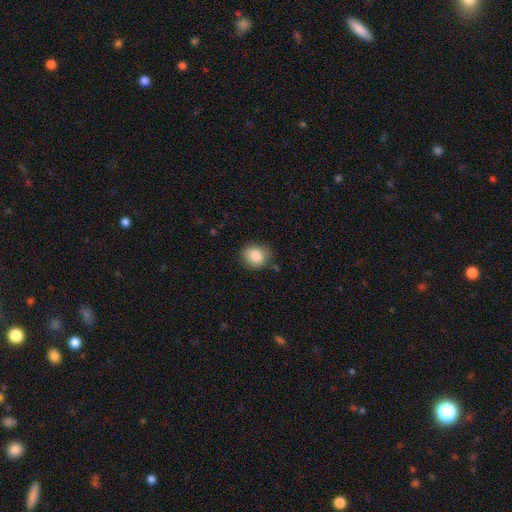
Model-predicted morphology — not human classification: Overall: smooth (84%). How rounded: round (70%). Merging: none (81%).